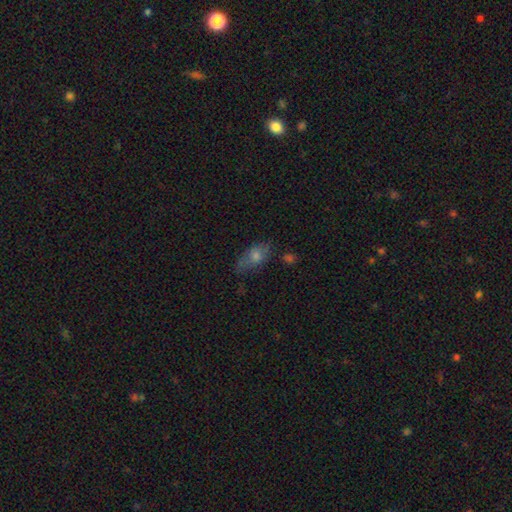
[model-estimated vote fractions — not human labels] Q: Smooth or featured?
A: smooth (61%); runner-up: featured or disk (25%)
Q: How rounded?
A: in between (79%); runner-up: cigar-shaped (11%)
Q: Merging?
A: none (60%); runner-up: minor disturbance (26%)